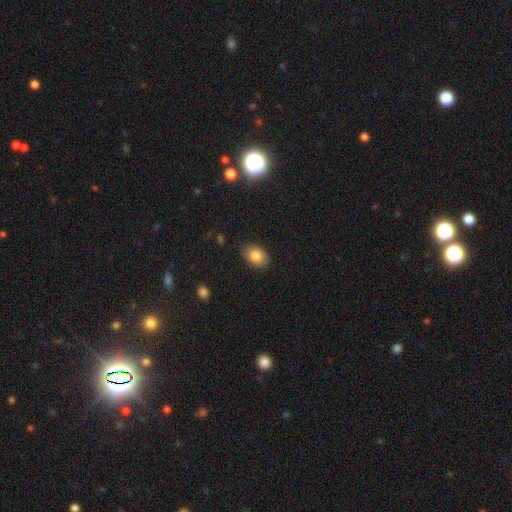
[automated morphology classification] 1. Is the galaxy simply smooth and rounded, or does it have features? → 83% smooth, 9% star or artifact, 8% featured or disk.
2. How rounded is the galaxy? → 81% in between, 18% round, 1% cigar-shaped.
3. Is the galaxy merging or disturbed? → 85% none, 11% minor disturbance, 2% major disturbance, 1% merger.